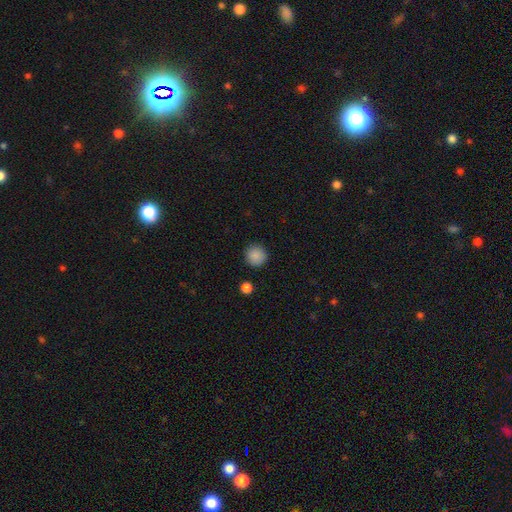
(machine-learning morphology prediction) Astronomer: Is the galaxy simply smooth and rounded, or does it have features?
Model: smooth — 88%.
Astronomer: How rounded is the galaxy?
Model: round — 94%.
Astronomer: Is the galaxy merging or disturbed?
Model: none — 90%.